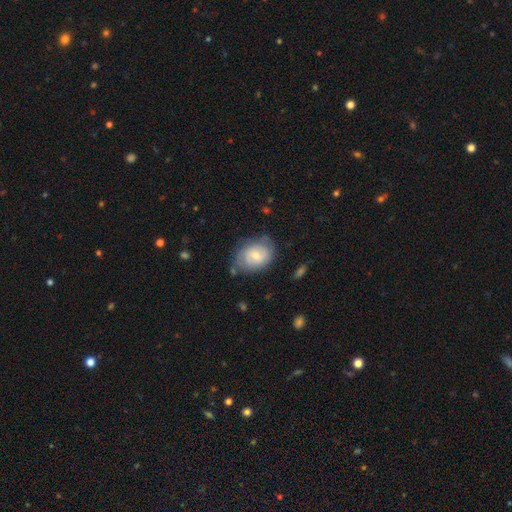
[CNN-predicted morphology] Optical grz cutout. It shows a smooth galaxy with no disk features (53%) that is in between round and cigar-shaped (67%). Merging: none (62%).